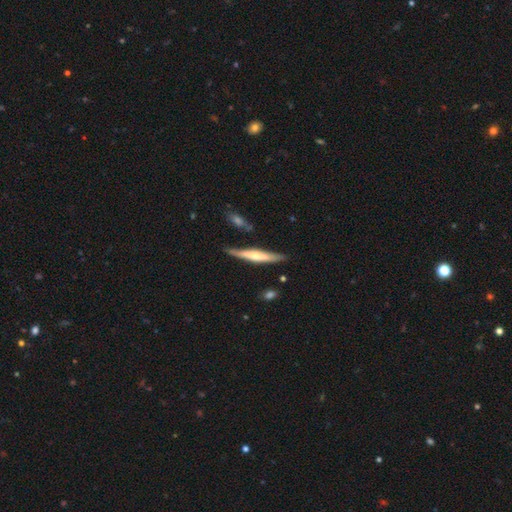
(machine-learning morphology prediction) This is possibly a featured or disk galaxy (51%). It is clearly viewed edge-on (94%). Merging: likely none (80%).